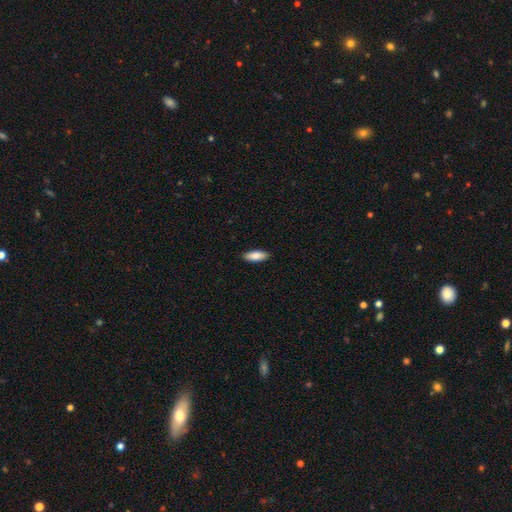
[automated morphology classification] Overall: smooth (84%). How rounded: in between (74%). Merging: none (90%).